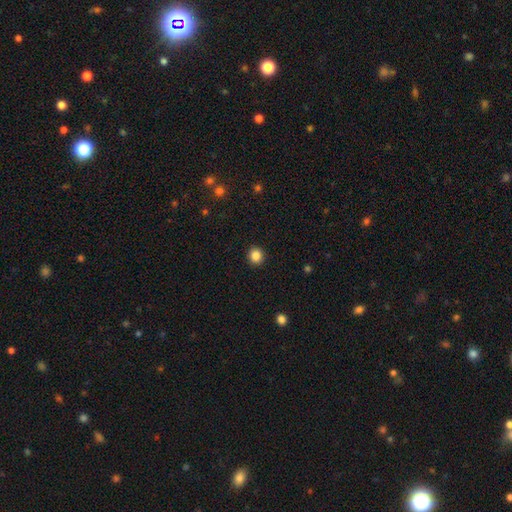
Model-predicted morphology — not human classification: type=smooth (85%); roundness=round (90%); merging=none (93%).